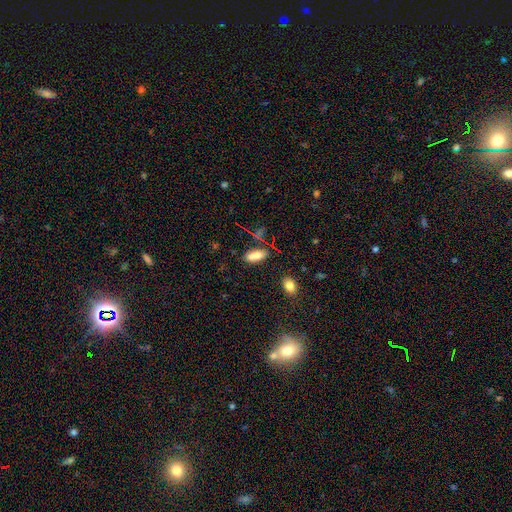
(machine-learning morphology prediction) A smooth galaxy with no disk features (74%) that is in between round and cigar-shaped (79%).

Vote fractions:
- Smooth or featured? smooth: 74% / featured or disk: 16% / star or artifact: 10%
- How rounded? in between: 79% / cigar-shaped: 18% / round: 3%
- Merging? none: 64% / minor disturbance: 18% / merger: 12% / major disturbance: 6%